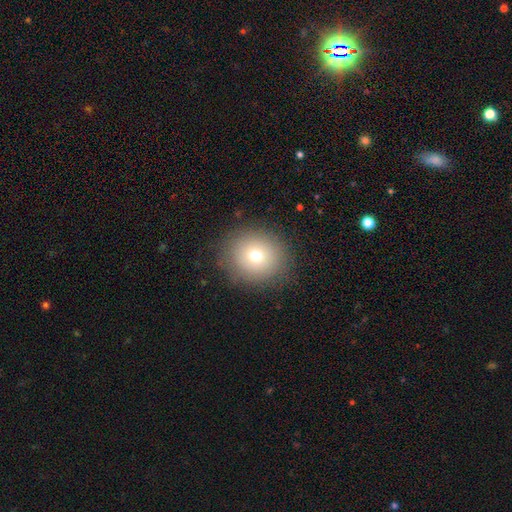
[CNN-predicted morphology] A smooth galaxy with no disk features (72%) that is round (86%). Merging: none (87%).